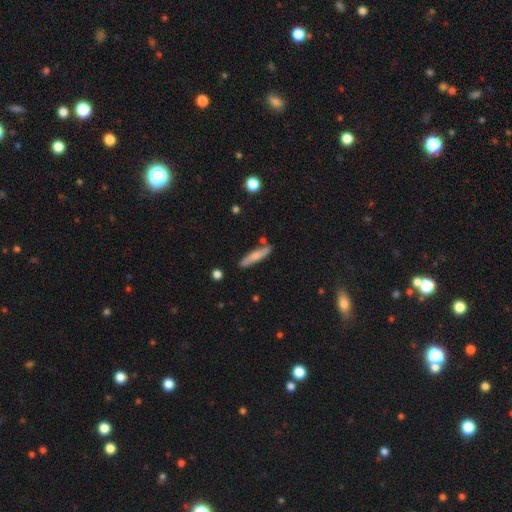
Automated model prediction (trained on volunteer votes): The model was most divided on "smooth or featured": smooth: 67%, featured or disk: 27%, star or artifact: 6%. More confident: how rounded — cigar-shaped (85%); merging — none (80%).